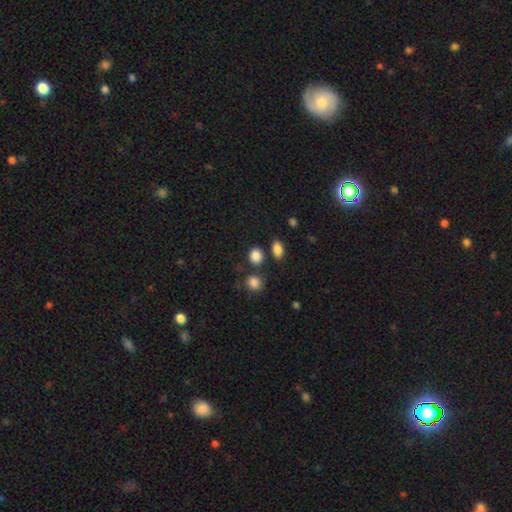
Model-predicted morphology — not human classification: A smooth galaxy with no disk features (85%) that is round (62%). Merging: none (77%).